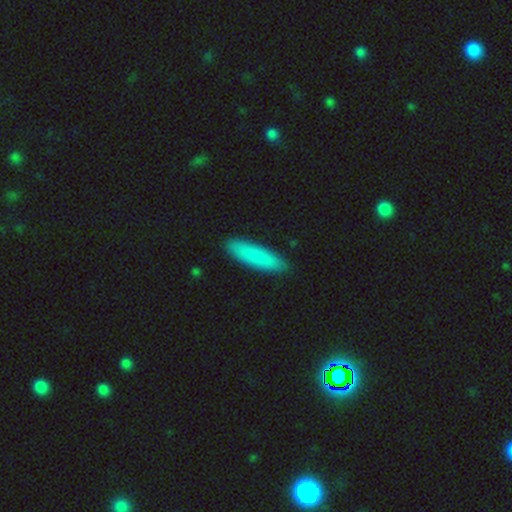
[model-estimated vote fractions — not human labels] Smooth or featured: smooth — 86% (featured or disk — 8%)
How rounded: cigar-shaped — 75% (in between — 24%)
Merging: none — 89% (minor disturbance — 9%)